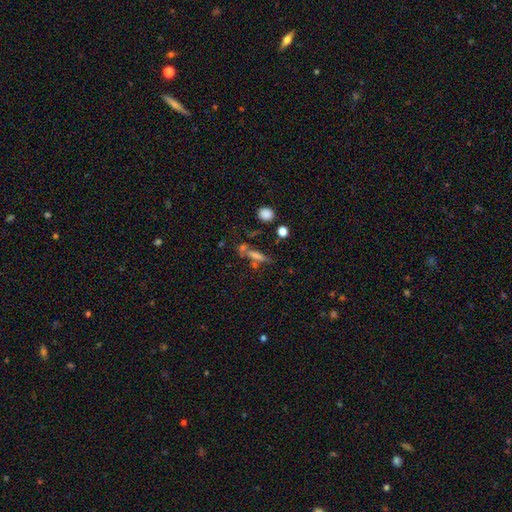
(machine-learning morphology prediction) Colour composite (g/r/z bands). It shows a smooth galaxy with no disk features (63%) that is cigar-shaped (71%). Merging: none (57%).